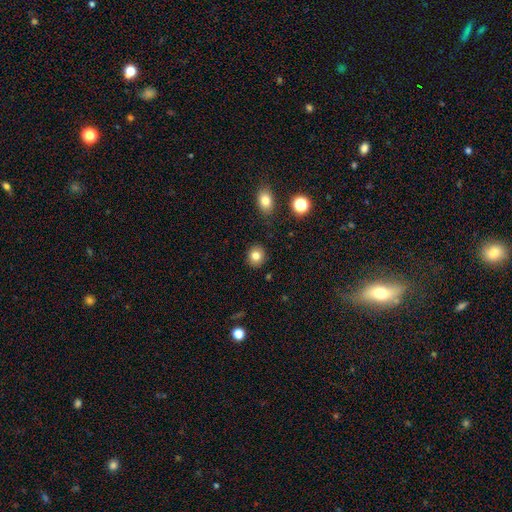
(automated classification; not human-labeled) This appears to be a smooth galaxy with no disk features (82%) that is round (79%). Merging: none (88%).